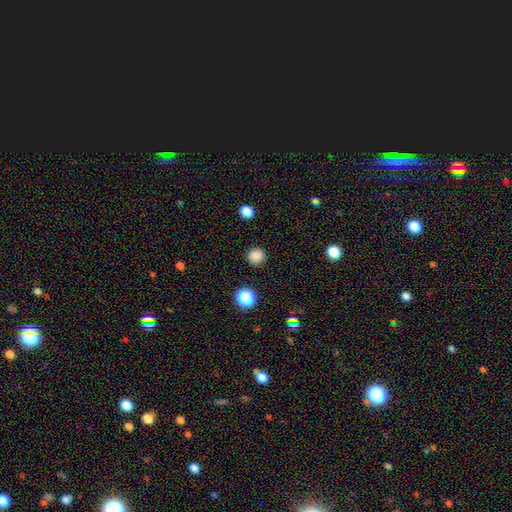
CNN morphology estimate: type=smooth (85%); roundness=round (92%); merging=none (90%).